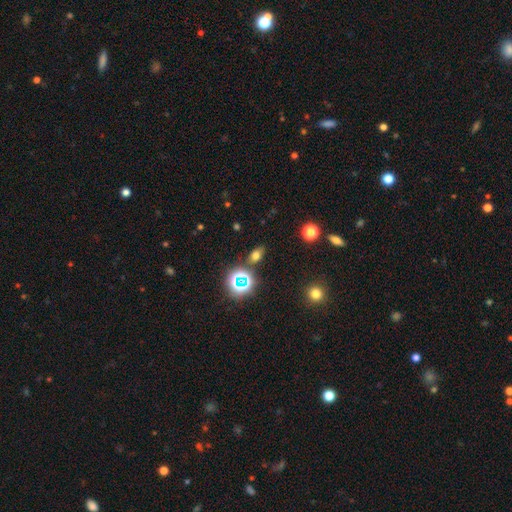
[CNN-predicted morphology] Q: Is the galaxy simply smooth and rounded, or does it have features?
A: smooth — 62%.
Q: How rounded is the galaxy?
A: in between — 78%.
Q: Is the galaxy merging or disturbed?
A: none — 81%.